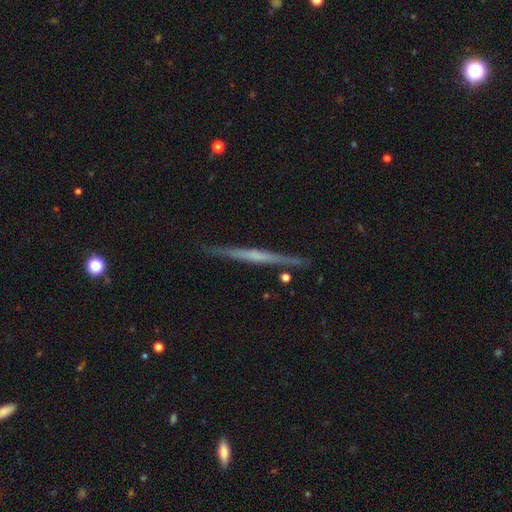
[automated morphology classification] Overall: featured or disk (65%; smooth 29%). Edge-on disk: yes (98%). Edge-on bulge: none (67%). Merging: none (90%).